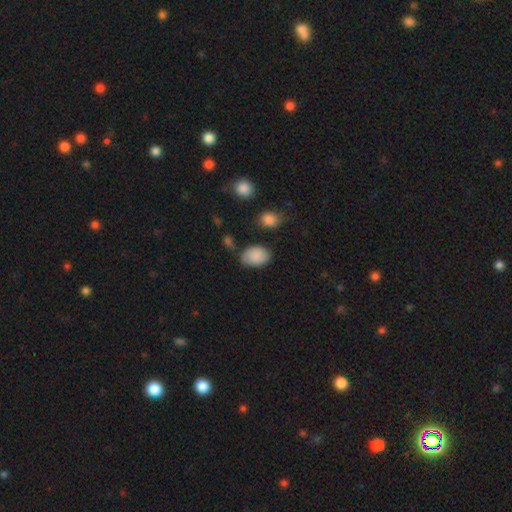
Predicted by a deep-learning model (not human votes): smooth_or_featured: smooth (p=0.87) [alt: star or artifact p=0.08]
how_rounded: in between (p=0.80) [alt: round p=0.19]
merging: none (p=0.68) [alt: minor disturbance p=0.23]